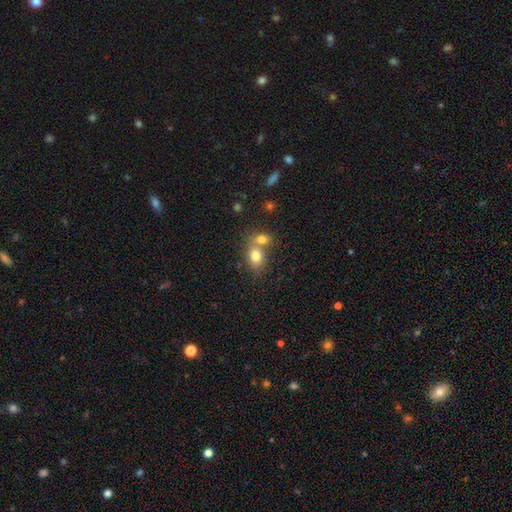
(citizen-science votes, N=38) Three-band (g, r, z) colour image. It shows a smooth galaxy with no disk features (89%) that is in between round and cigar-shaped (62%). Merging: merger (49%).